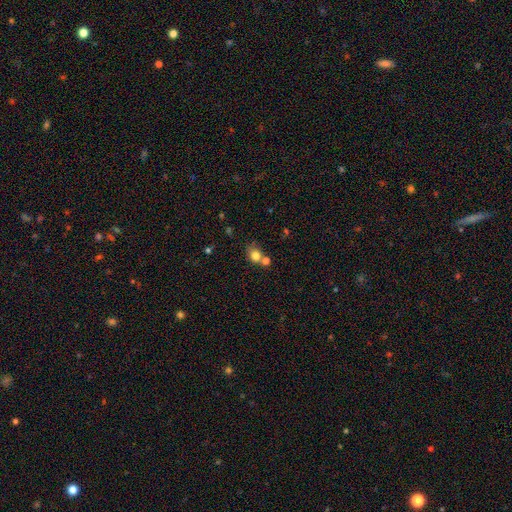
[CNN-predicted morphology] smooth 78%, star or artifact 12%, featured or disk 9%. Down the decision tree: how rounded — round (69%); merging — none (50%).